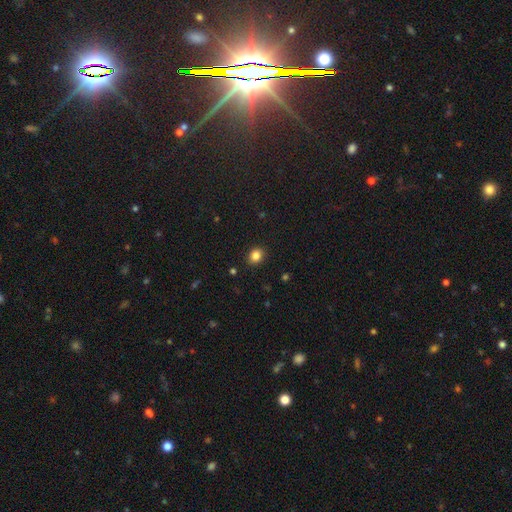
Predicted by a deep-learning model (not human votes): smooth_or_featured: smooth (p=0.84) [alt: star or artifact p=0.11]
how_rounded: round (p=0.66) [alt: in between p=0.33]
merging: none (p=0.90) [alt: minor disturbance p=0.07]